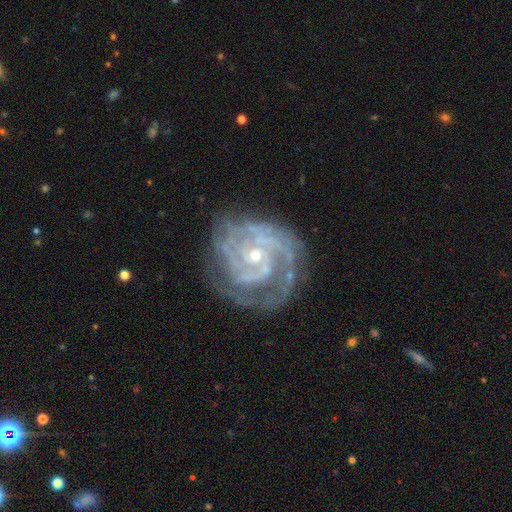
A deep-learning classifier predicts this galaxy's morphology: Overall: featured or disk (90%). Edge-on disk: no (98%). Bar: no (69%). Spiral arms: yes (97%). Spiral arm count: 3 (28%; 2 25%). Spiral winding: tight (69%). Bulge size: small (63%; moderate 33%). Merging: none (67%).